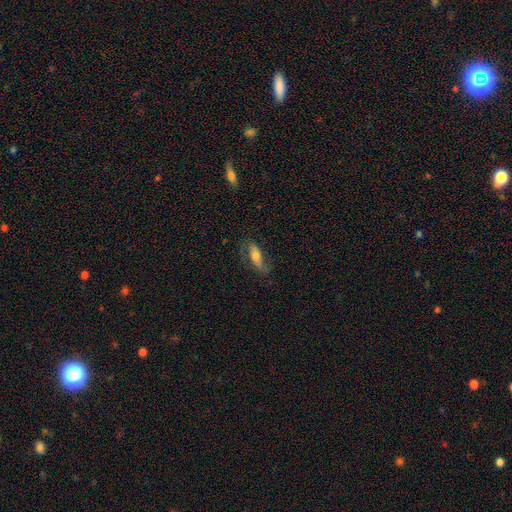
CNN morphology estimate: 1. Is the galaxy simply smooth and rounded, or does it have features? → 48% featured or disk, 44% smooth, 8% star or artifact.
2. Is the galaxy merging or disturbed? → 65% none, 22% minor disturbance, 12% major disturbance, 2% merger.